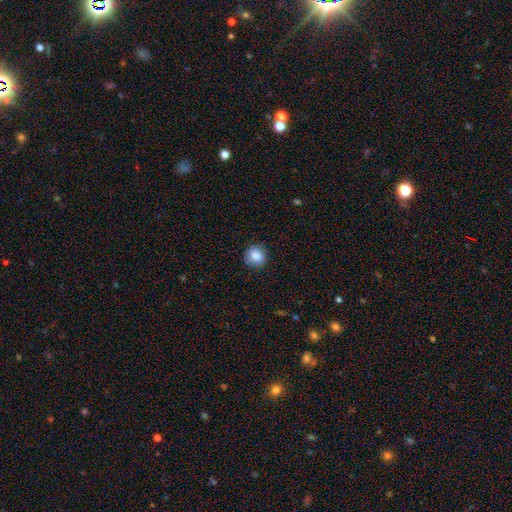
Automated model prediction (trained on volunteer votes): Smooth or featured? Predicted: smooth (p=0.84). How rounded? Predicted: round (p=0.84). Merging? Predicted: none (p=0.86).